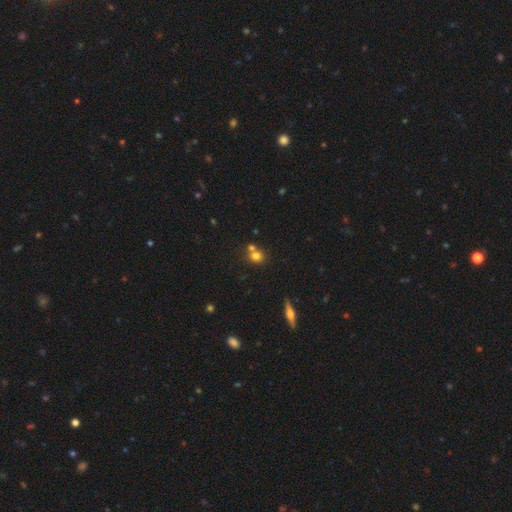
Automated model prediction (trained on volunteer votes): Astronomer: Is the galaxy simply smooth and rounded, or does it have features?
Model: smooth — 74%.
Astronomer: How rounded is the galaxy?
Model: round — 76%.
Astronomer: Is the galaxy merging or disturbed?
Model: none — 52% (runner-up: merger, 36%).